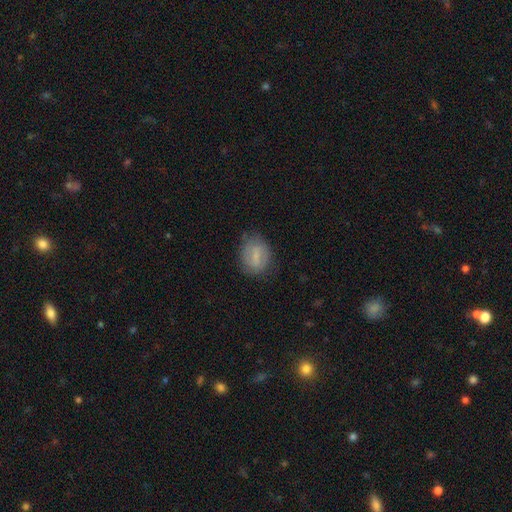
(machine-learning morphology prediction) A smooth galaxy with no disk features (58%) that is in between round and cigar-shaped (58%).

Vote fractions:
- Smooth or featured? smooth: 58% / featured or disk: 34% / star or artifact: 9%
- How rounded? in between: 58% / round: 40% / cigar-shaped: 2%
- Merging? none: 72% / minor disturbance: 20% / major disturbance: 7% / merger: 1%